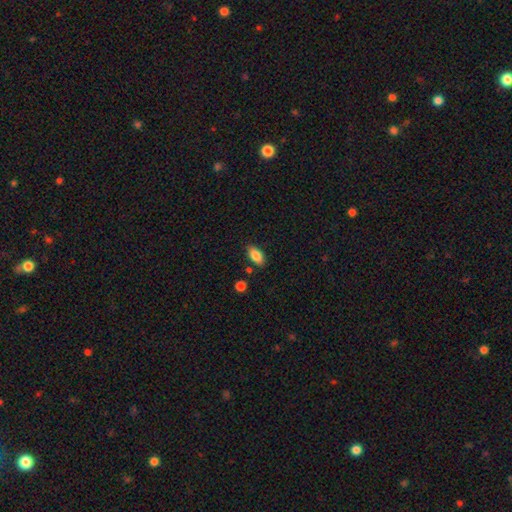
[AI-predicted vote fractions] Q: Smooth or featured?
A: smooth (84%); runner-up: featured or disk (9%)
Q: How rounded?
A: in between (90%); runner-up: cigar-shaped (7%)
Q: Merging?
A: none (83%); runner-up: minor disturbance (11%)